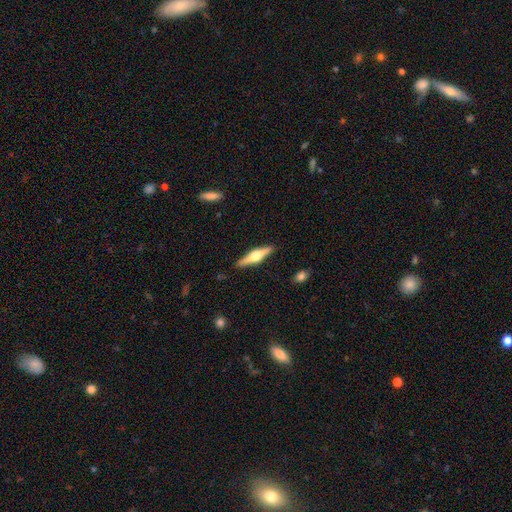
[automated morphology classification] A featured or disk galaxy (67%) viewed edge-on (97%) with a rounded central bulge (94%). Merging: none (90%).